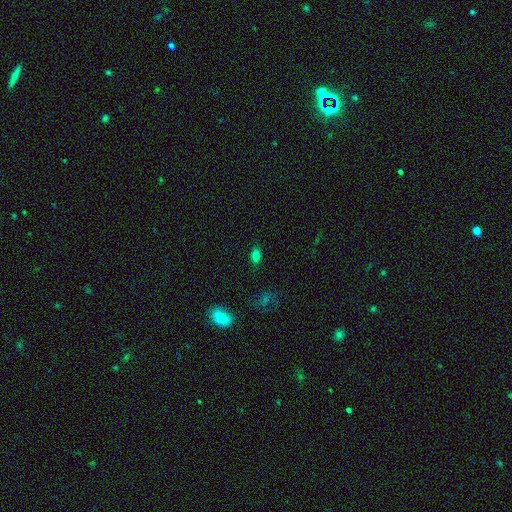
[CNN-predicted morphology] Smooth or featured?
  - smooth: 77% *
  - star or artifact: 15%
  - featured or disk: 8%
How rounded?
  - in between: 85% *
  - round: 11%
  - cigar-shaped: 4%
Merging?
  - none: 84% *
  - minor disturbance: 11%
  - major disturbance: 3%
  - merger: 2%